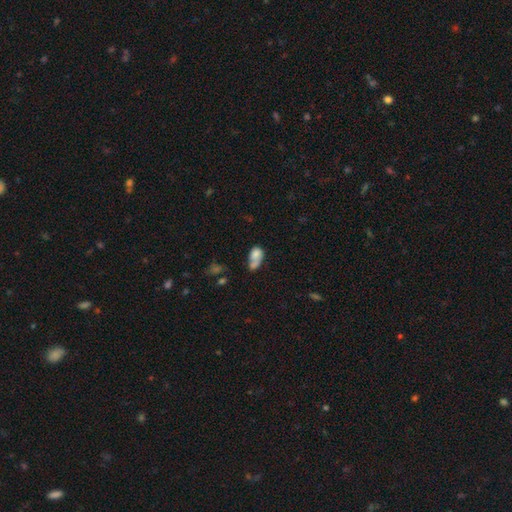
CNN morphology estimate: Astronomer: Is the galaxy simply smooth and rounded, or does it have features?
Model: smooth — 71%.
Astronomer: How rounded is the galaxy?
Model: in between — 83%.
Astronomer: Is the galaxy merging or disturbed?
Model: merger — 45% (runner-up: none, 24%).